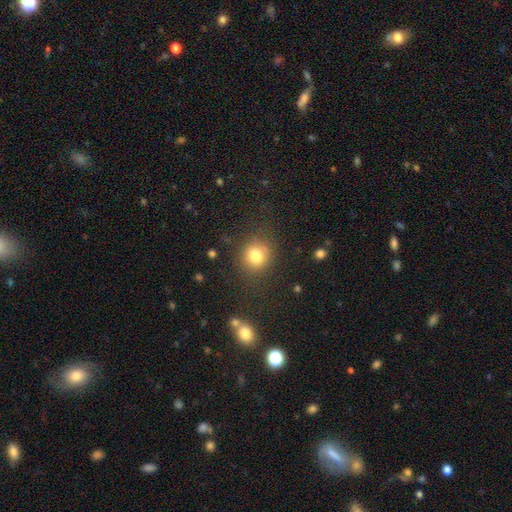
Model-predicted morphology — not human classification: Q: Smooth or featured?
A: smooth (79%); runner-up: star or artifact (12%)
Q: How rounded?
A: round (80%); runner-up: in between (19%)
Q: Merging?
A: none (77%); runner-up: minor disturbance (14%)